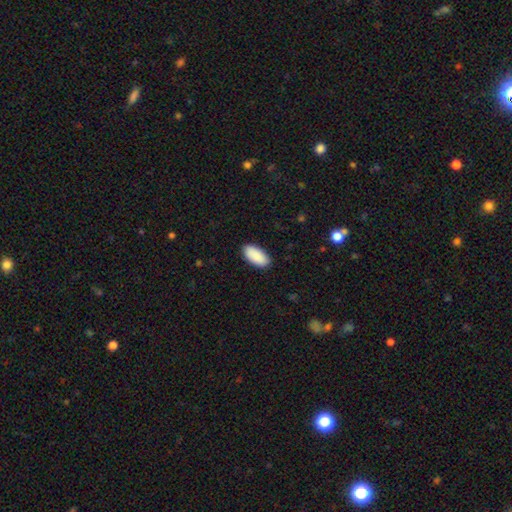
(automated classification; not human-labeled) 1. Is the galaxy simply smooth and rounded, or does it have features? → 91% smooth, 5% star or artifact, 4% featured or disk.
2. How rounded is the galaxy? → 94% in between, 4% cigar-shaped, 2% round.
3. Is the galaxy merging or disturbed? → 89% none, 8% minor disturbance, 2% major disturbance, 1% merger.